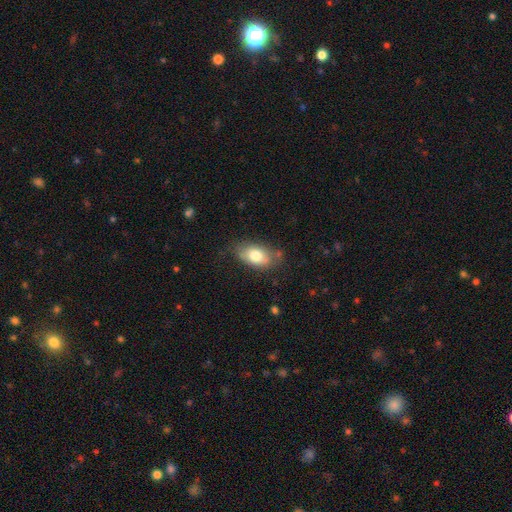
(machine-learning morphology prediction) smooth 76%, featured or disk 17%, star or artifact 7%. Down the decision tree: how rounded — in between (91%); merging — none (72%).